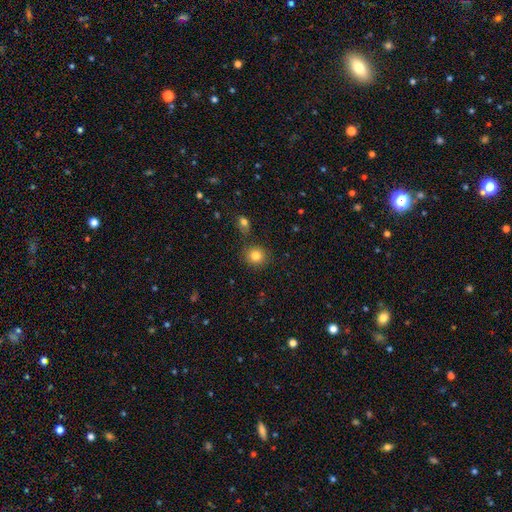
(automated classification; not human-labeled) Smooth or featured? smooth (83%)
How rounded? round (87%)
Merging? none (84%)